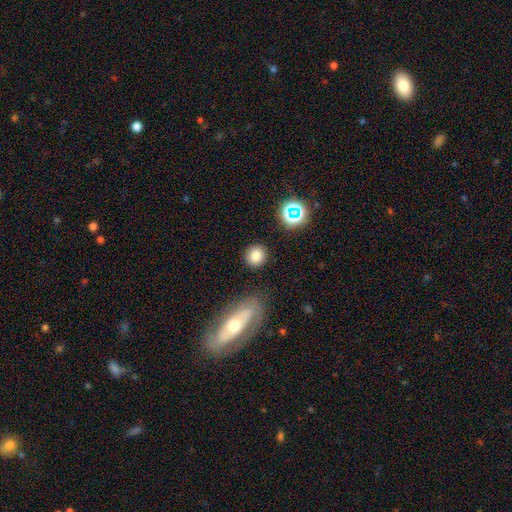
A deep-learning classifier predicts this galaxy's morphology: This appears to be a smooth galaxy with no disk features (80%) that is round (90%). Merging: none (87%).